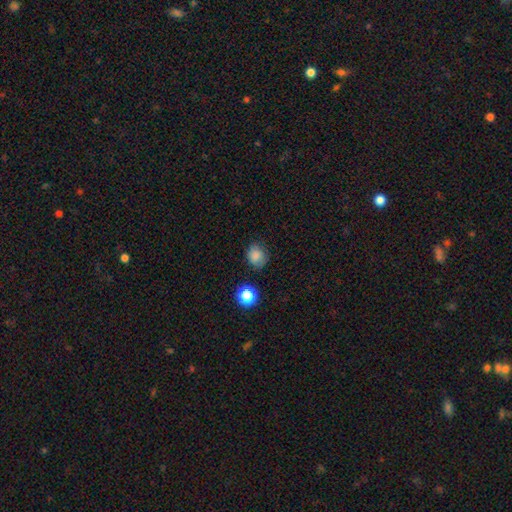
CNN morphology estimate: This is clearly a smooth galaxy (82%). How rounded: likely round (73%). Merging: likely none (74%).